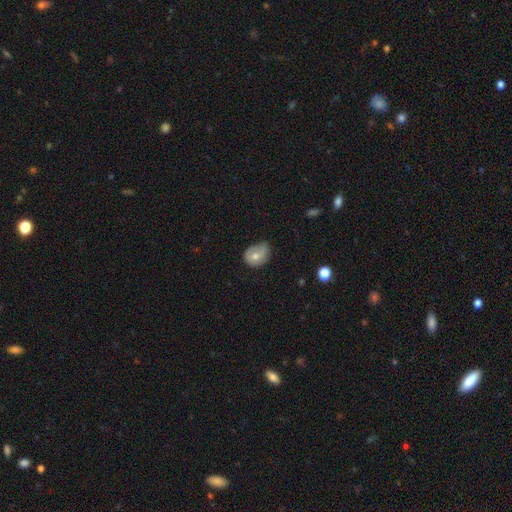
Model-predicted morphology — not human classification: Smooth or featured?
  - smooth: 62% *
  - featured or disk: 30%
  - star or artifact: 8%
How rounded?
  - in between: 50% *
  - round: 49%
  - cigar-shaped: 1%
Merging?
  - minor disturbance: 44% *
  - none: 38%
  - major disturbance: 16%
  - merger: 2%